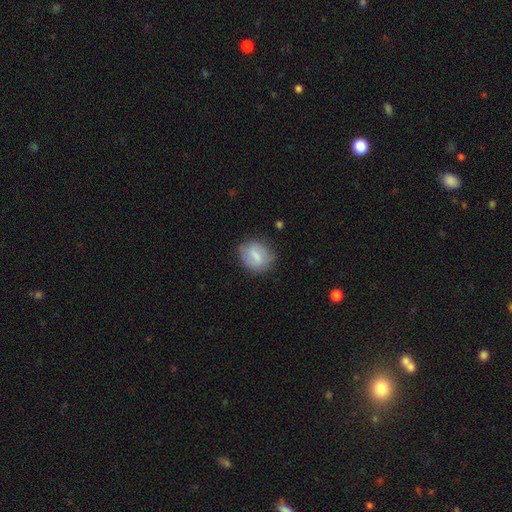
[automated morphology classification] smooth-or-featured: smooth: 66% | featured or disk: 27% | star or artifact: 7%
  how-rounded: round: 60% | in between: 39% | cigar-shaped: 2%
  merging: none: 71% | minor disturbance: 21% | major disturbance: 6% | merger: 2%